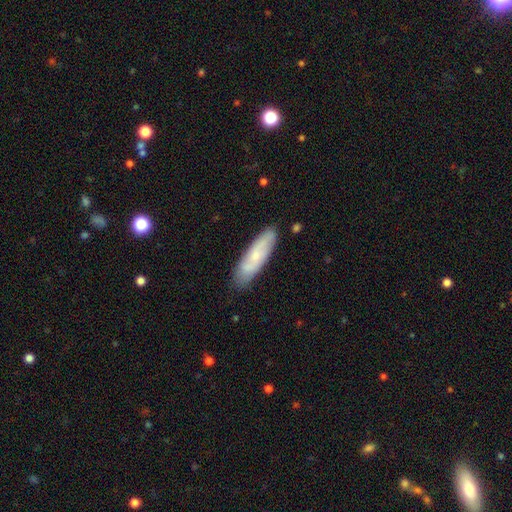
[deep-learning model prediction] Overall: smooth (49%; featured or disk 44%). Merging: none (82%).